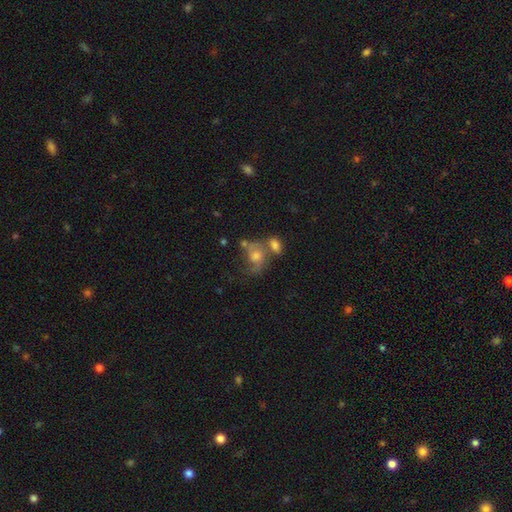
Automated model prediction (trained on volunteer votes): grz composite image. It shows a featured or disk galaxy (49%). Merging: merger (33%).